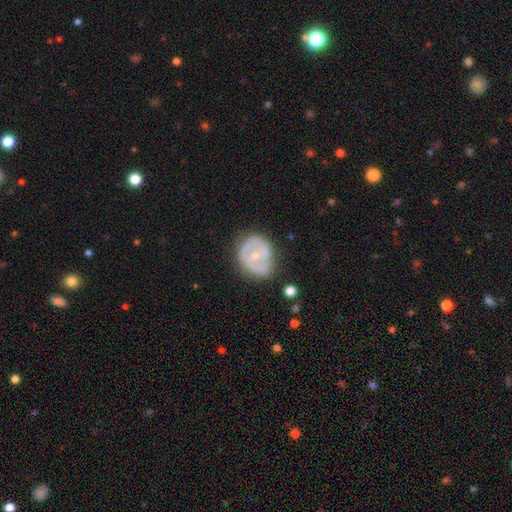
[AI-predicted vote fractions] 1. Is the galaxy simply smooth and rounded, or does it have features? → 66% featured or disk, 28% smooth, 6% star or artifact.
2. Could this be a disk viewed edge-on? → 96% no, 4% yes.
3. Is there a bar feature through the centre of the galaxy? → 68% no, 24% weak, 8% strong.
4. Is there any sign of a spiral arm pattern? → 57% no, 43% yes.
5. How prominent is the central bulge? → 50% small, 47% moderate, 1% none, 1% large, 1% dominant.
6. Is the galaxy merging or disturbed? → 62% none, 26% minor disturbance, 10% major disturbance, 2% merger.